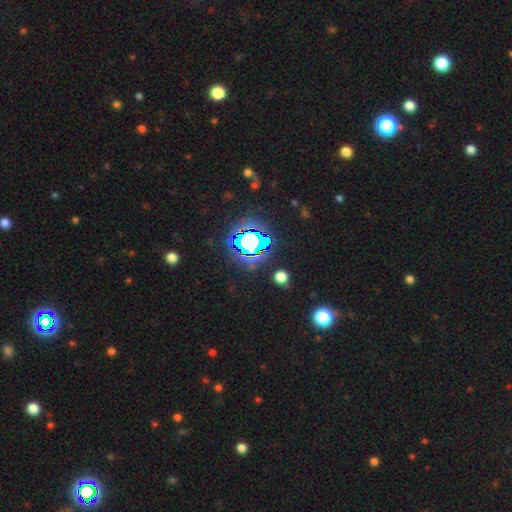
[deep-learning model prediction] This appears to be a star or artifact, not a galaxy (84%).